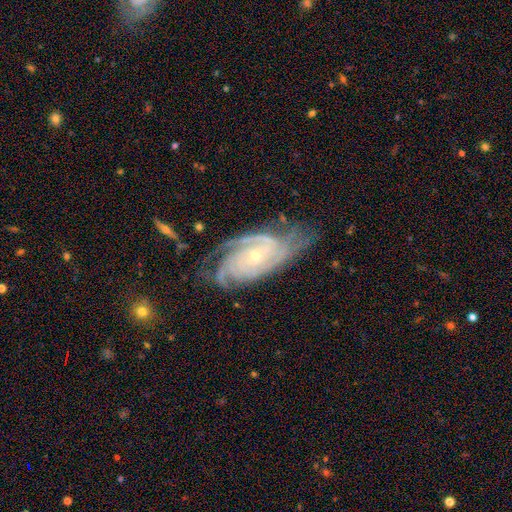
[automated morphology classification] This is clearly a featured or disk galaxy (90%). It is clearly not viewed edge-on (96%). Bar: likely no (68%). Spiral arm pattern: clearly yes (98%). Spiral arm count: marginally 3 (30%). Spiral winding: likely tight (71%). Central bulge: likely small (77%). Merging: likely none (65%).